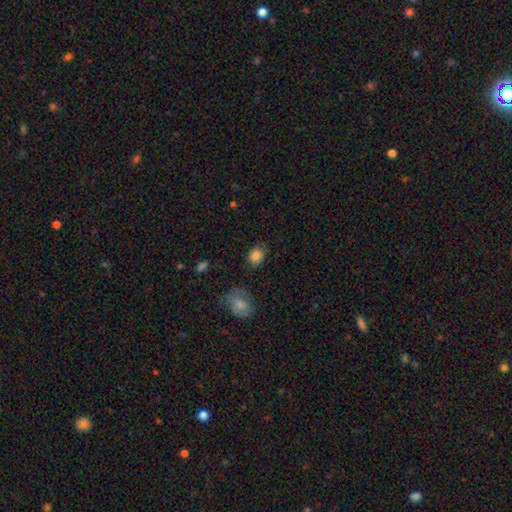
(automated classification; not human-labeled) Morphology: type=smooth (85%); roundness=in between (59%); merging=none (74%).